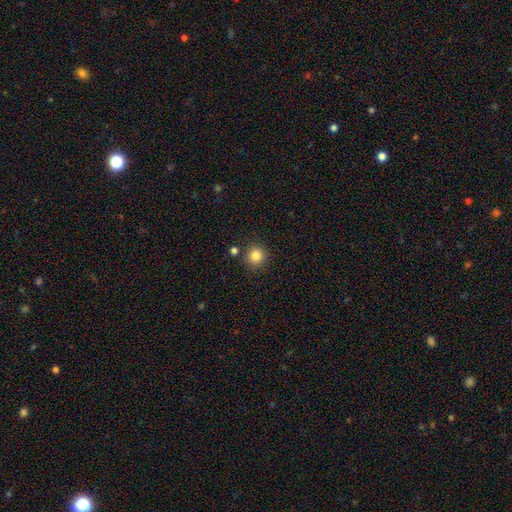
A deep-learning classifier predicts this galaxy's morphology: Q: Smooth or featured?
A: smooth (83%); runner-up: star or artifact (12%)
Q: How rounded?
A: round (93%); runner-up: in between (6%)
Q: Merging?
A: none (86%); runner-up: minor disturbance (7%)